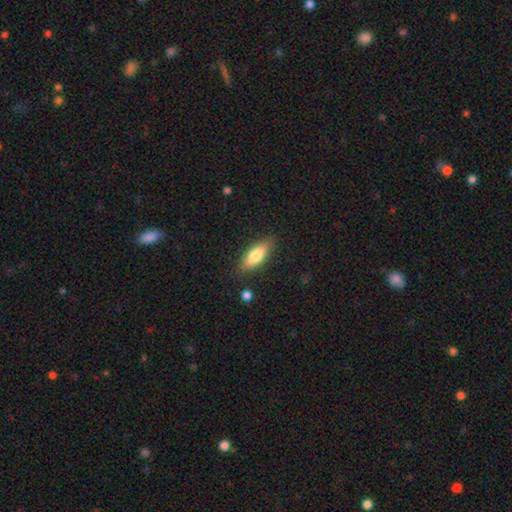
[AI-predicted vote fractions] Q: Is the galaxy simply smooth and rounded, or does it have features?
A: smooth — 74%.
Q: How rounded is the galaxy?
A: in between — 65%.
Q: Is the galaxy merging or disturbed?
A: none — 84%.